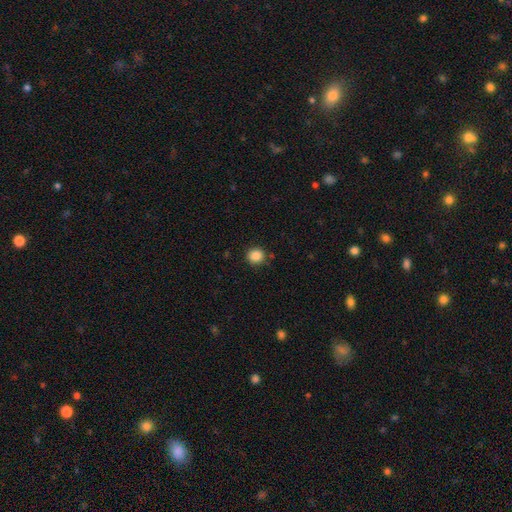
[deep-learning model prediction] smooth_or_featured: smooth (p=0.86) [alt: star or artifact p=0.10]
how_rounded: round (p=0.89) [alt: in between p=0.10]
merging: none (p=0.87) [alt: minor disturbance p=0.09]